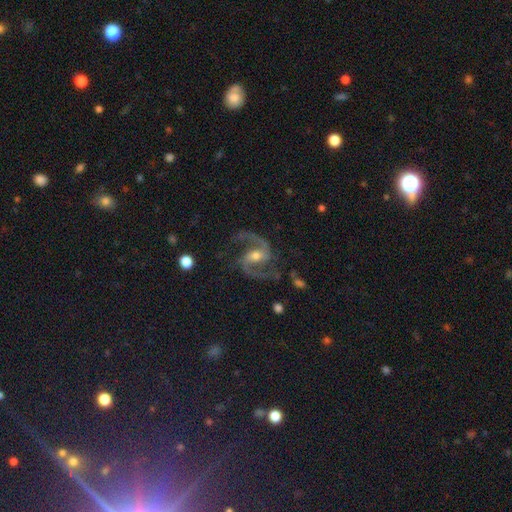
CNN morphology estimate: Smooth or featured? featured or disk (93%)
Edge-on disk? no (98%)
Bar? weak (46%)
Spiral arms? yes (98%)
Spiral winding? medium (61%)
Spiral arm count? 2 (94%)
Bulge size? moderate (61%)
Merging? none (77%)